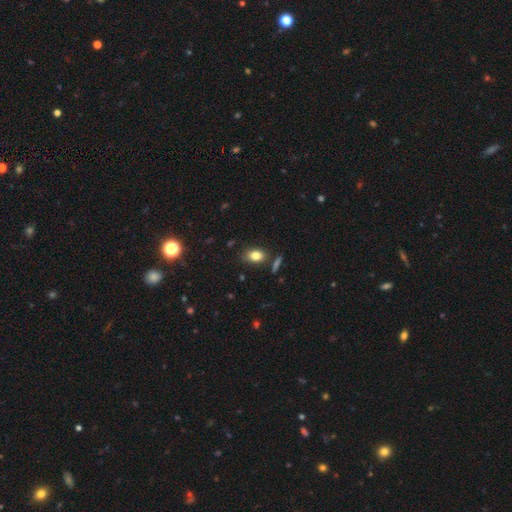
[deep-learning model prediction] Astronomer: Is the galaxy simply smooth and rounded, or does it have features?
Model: smooth — 81%.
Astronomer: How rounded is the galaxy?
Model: in between — 76%.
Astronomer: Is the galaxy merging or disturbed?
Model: none — 78%.